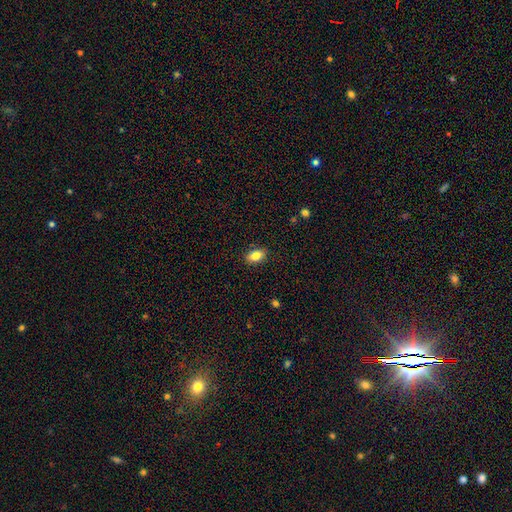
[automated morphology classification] A smooth galaxy with no disk features (83%) that is in between round and cigar-shaped (88%).

Vote fractions:
- Smooth or featured? smooth: 83% / featured or disk: 9% / star or artifact: 8%
- How rounded? in between: 88% / round: 9% / cigar-shaped: 3%
- Merging? none: 88% / minor disturbance: 9% / major disturbance: 2% / merger: 1%